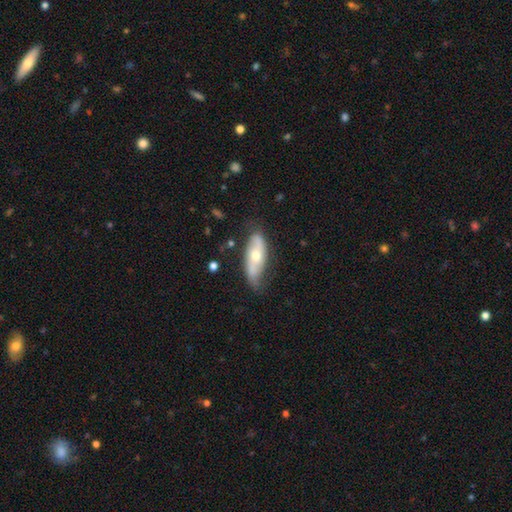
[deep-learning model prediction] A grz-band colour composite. It shows a featured or disk galaxy (52%). Merging: none (65%).